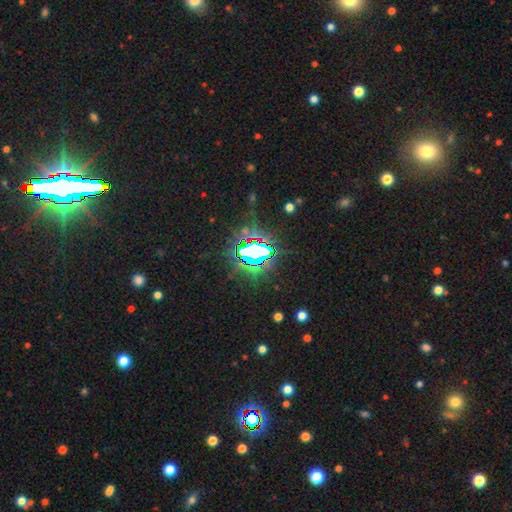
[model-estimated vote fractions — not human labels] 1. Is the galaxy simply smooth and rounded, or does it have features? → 78% star or artifact, 13% smooth, 9% featured or disk.